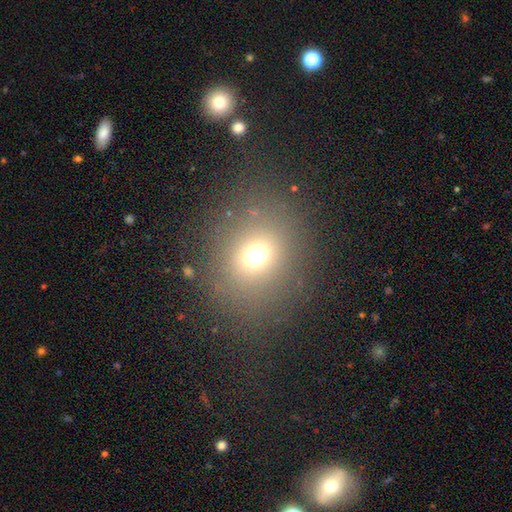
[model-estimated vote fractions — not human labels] This is likely a smooth galaxy (66%). How rounded: likely round (67%). Merging: clearly none (81%).